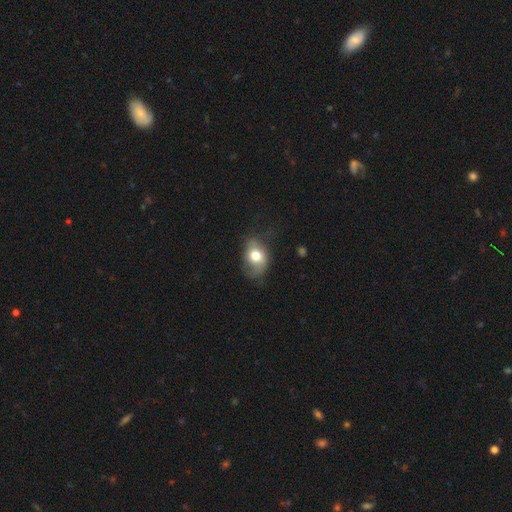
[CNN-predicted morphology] Smooth or featured?
  - smooth: 66% *
  - featured or disk: 25%
  - star or artifact: 9%
How rounded?
  - in between: 68% *
  - round: 31%
  - cigar-shaped: 1%
Merging?
  - none: 49% *
  - minor disturbance: 31%
  - major disturbance: 18%
  - merger: 2%